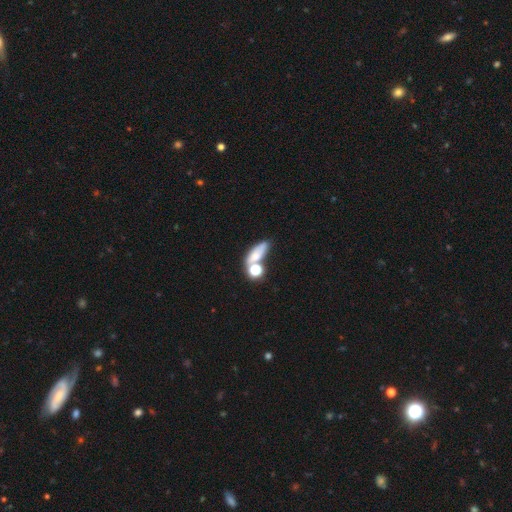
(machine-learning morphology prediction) smooth 63%, featured or disk 20%, star or artifact 17%. Down the decision tree: how rounded — in between (57%); merging — none (43%).